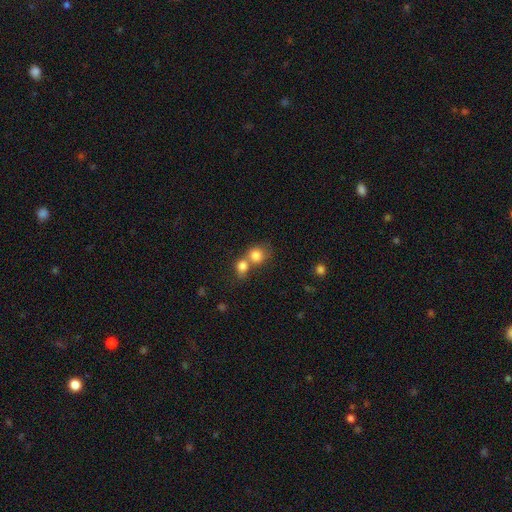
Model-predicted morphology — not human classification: smooth_or_featured: smooth (p=0.80) [alt: star or artifact p=0.10]
how_rounded: round (p=0.74) [alt: in between p=0.24]
merging: merger (p=0.59) [alt: none p=0.31]